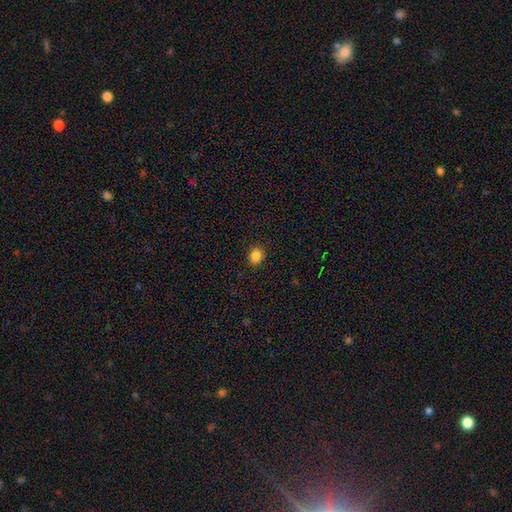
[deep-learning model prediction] smooth-or-featured: smooth: 85% | star or artifact: 11% | featured or disk: 4%
  how-rounded: round: 71% | in between: 28% | cigar-shaped: 1%
  merging: none: 90% | minor disturbance: 7% | major disturbance: 2% | merger: 1%